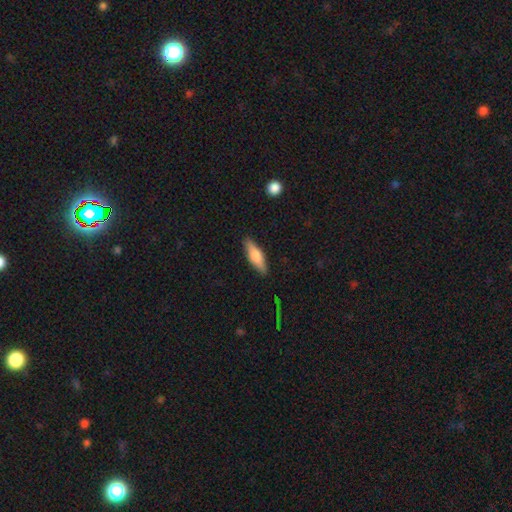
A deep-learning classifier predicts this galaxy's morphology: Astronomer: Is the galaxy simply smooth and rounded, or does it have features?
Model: smooth — 62%.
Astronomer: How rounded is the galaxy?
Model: cigar-shaped — 50% (runner-up: in between, 47%).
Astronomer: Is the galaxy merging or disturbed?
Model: none — 88%.